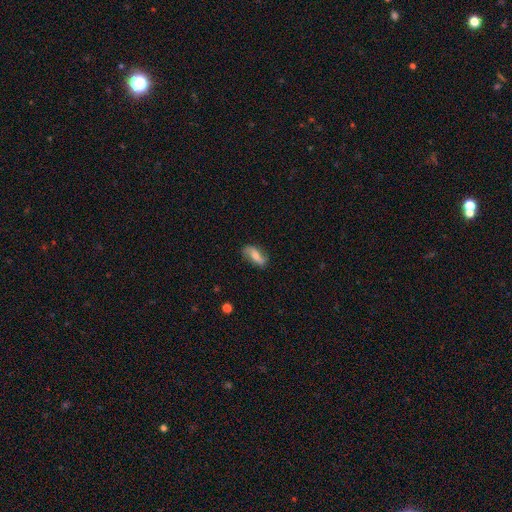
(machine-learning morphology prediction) Smooth or featured? smooth (53%)
How rounded? in between (75%)
Merging? none (76%)